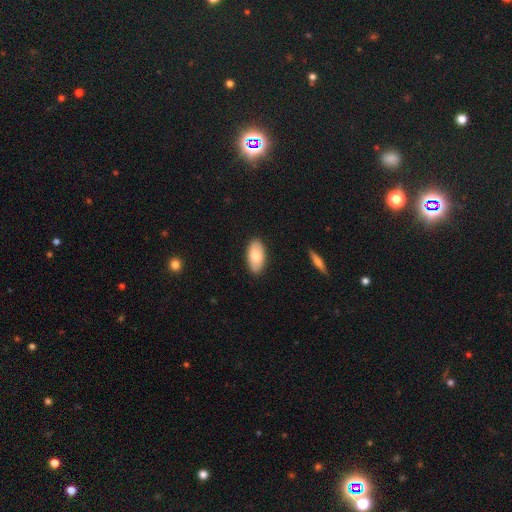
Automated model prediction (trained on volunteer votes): Overall: smooth (80%). How rounded: in between (94%). Merging: none (88%).